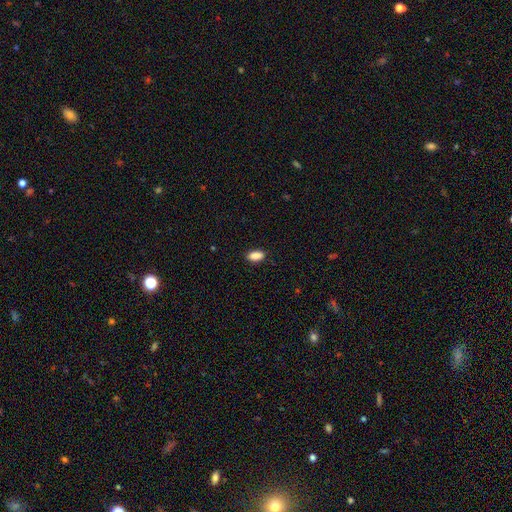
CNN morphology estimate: A smooth galaxy with no disk features (89%) that is in between round and cigar-shaped (90%).

Vote fractions:
- Smooth or featured? smooth: 89% / star or artifact: 8% / featured or disk: 3%
- How rounded? in between: 90% / cigar-shaped: 6% / round: 4%
- Merging? none: 88% / minor disturbance: 9% / major disturbance: 2% / merger: 1%